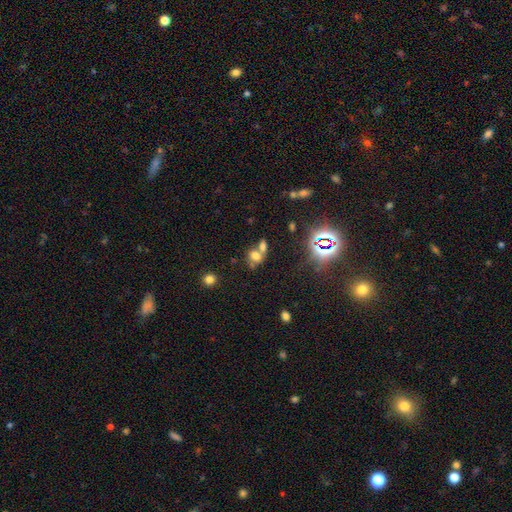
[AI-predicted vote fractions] Smooth or featured: smooth — 63% (star or artifact — 22%)
How rounded: in between — 51% (round — 47%)
Merging: merger — 57% (none — 30%)